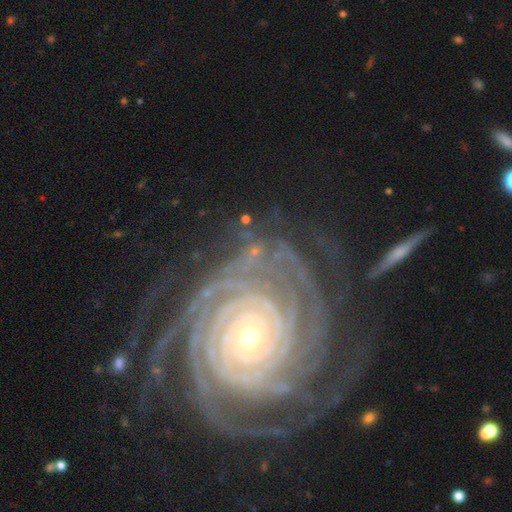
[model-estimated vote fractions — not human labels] A featured or disk galaxy (90%) with no bar (72%), more than 4 (29%) tight (91%) spiral arms (99%) and a small central bulge (70%). Merging: none (75%).